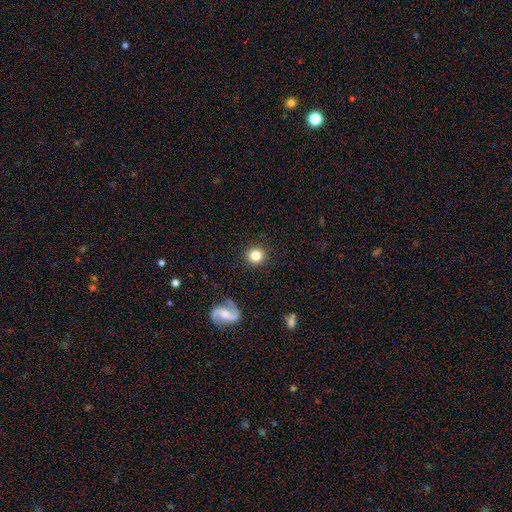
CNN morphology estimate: smooth 80%, featured or disk 10%, star or artifact 10%. Down the decision tree: how rounded — round (90%); merging — none (89%).